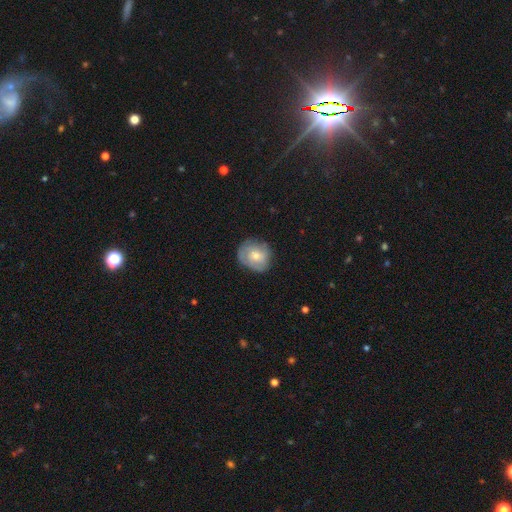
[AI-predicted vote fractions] This appears to be a smooth galaxy with no disk features (53%) that is round (73%). Merging: none (72%).